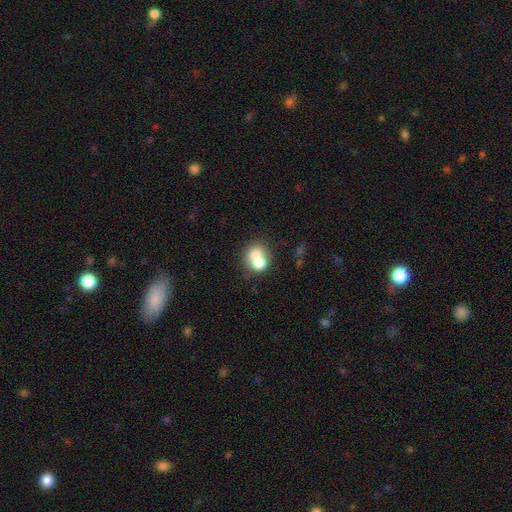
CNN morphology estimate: Smooth or featured? smooth (68%)
How rounded? round (68%)
Merging? merger (59%)